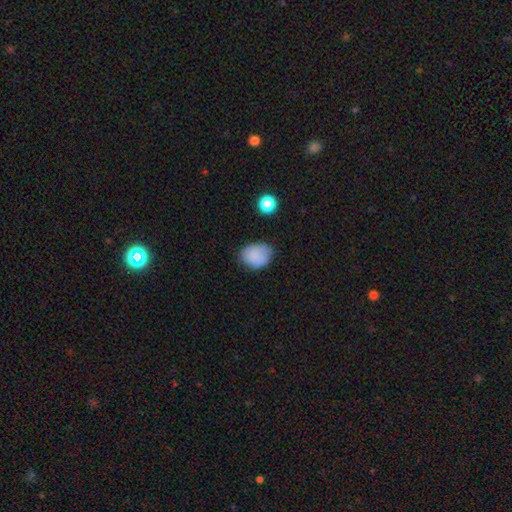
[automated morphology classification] This appears to be a smooth galaxy with no disk features (83%) that is in between round and cigar-shaped (60%). Merging: none (64%).